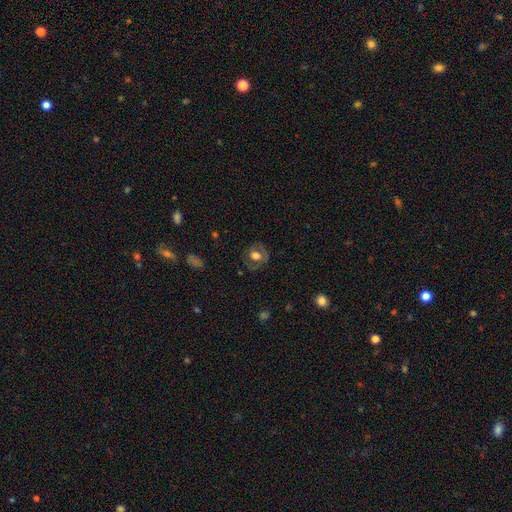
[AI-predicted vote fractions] smooth 52%, featured or disk 39%, star or artifact 9%. Down the decision tree: how rounded — round (73%); merging — none (77%).